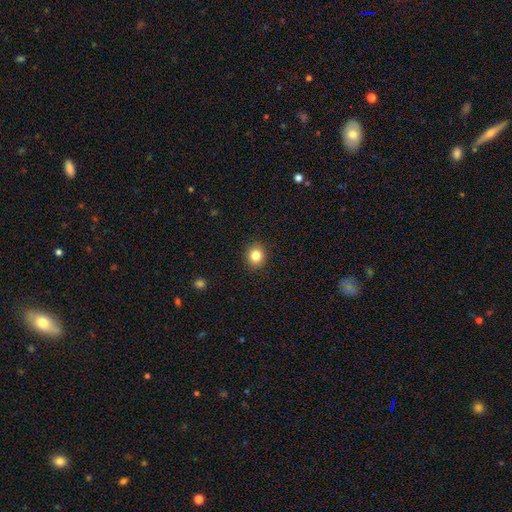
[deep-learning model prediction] Smooth or featured: smooth — 83% (star or artifact — 11%)
How rounded: round — 78% (in between — 21%)
Merging: none — 91% (minor disturbance — 6%)